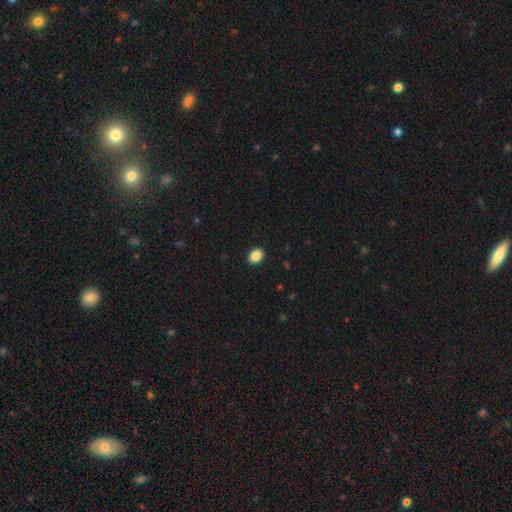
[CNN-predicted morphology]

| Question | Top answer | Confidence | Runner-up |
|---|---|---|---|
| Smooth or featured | smooth | 88% | star or artifact (8%) |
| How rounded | in between | 60% | round (39%) |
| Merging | none | 91% | minor disturbance (6%) |